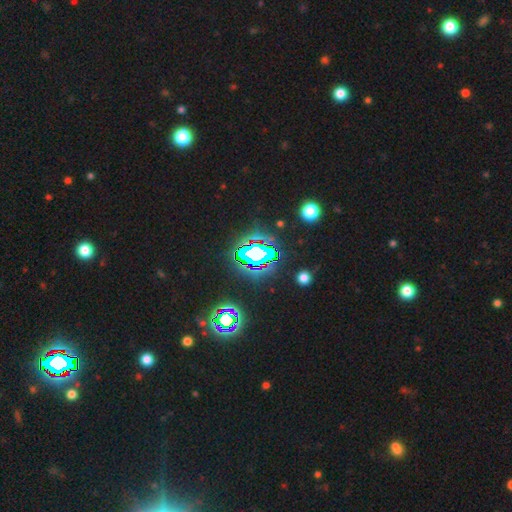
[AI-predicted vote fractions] Overall: star or artifact (69%).